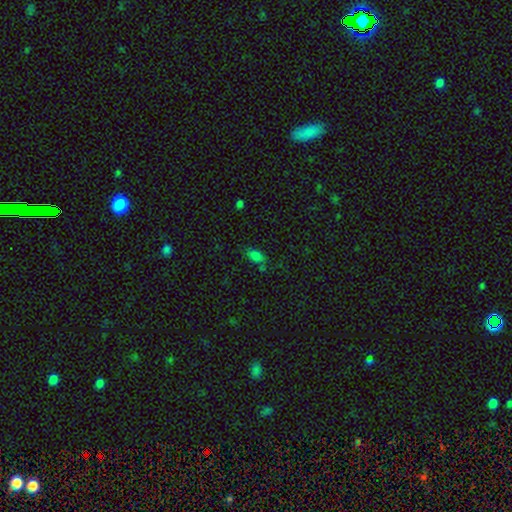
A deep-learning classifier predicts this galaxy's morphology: smooth 76%, star or artifact 18%, featured or disk 6%. Down the decision tree: how rounded — in between (87%); merging — none (64%).